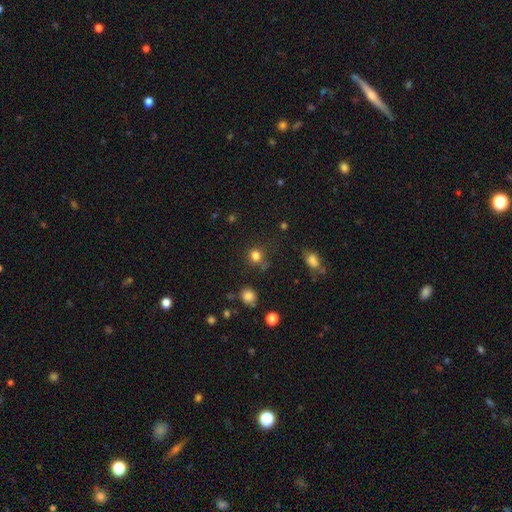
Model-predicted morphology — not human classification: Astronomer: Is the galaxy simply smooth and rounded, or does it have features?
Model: smooth — 79%.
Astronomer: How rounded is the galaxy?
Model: round — 87%.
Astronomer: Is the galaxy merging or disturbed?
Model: none — 75%.